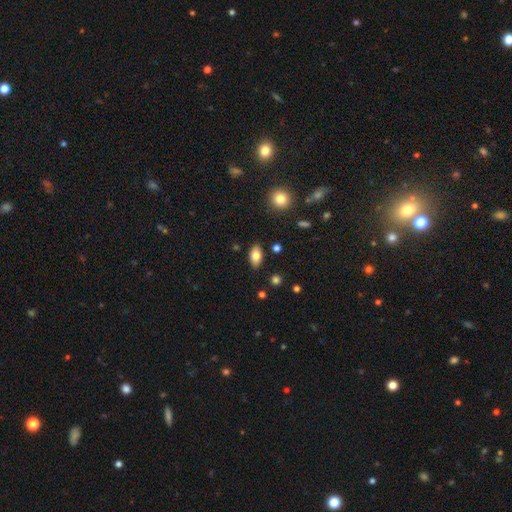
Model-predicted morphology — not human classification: Smooth or featured: smooth — 79% (featured or disk — 13%)
How rounded: in between — 91% (round — 5%)
Merging: none — 86% (minor disturbance — 10%)